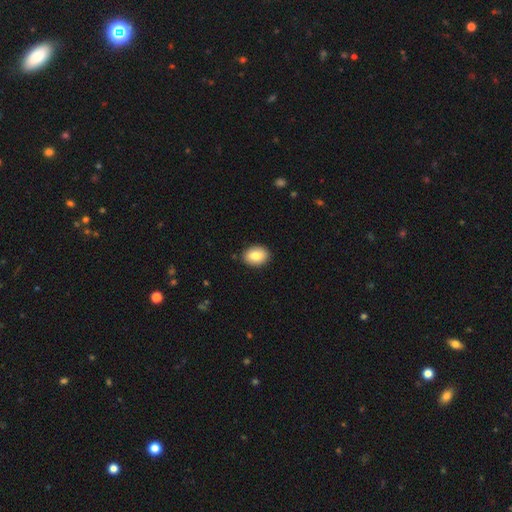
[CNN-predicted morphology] smooth 83%, featured or disk 10%, star or artifact 7%. Down the decision tree: how rounded — in between (71%); merging — none (89%).